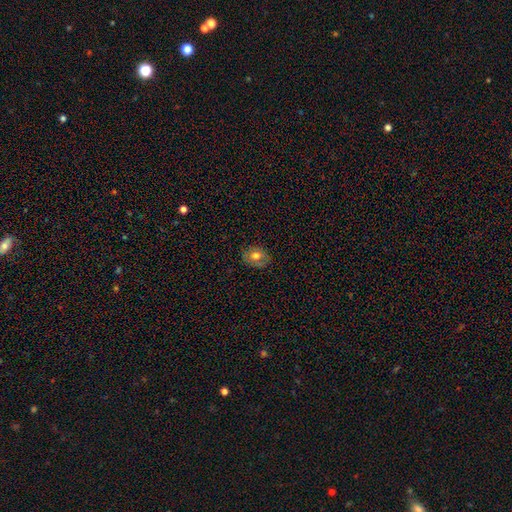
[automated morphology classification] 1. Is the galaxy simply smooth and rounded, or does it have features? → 69% smooth, 21% featured or disk, 10% star or artifact.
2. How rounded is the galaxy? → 56% in between, 43% round, 1% cigar-shaped.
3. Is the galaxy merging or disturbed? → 79% none, 16% minor disturbance, 4% major disturbance, 1% merger.